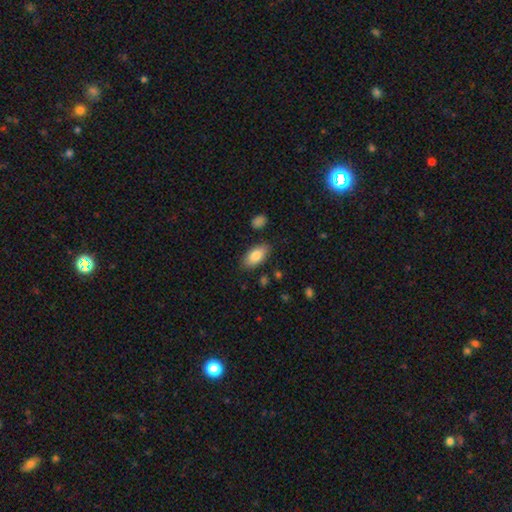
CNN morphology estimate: Smooth or featured: smooth — 84% (featured or disk — 10%)
How rounded: in between — 91% (cigar-shaped — 6%)
Merging: none — 84% (minor disturbance — 11%)